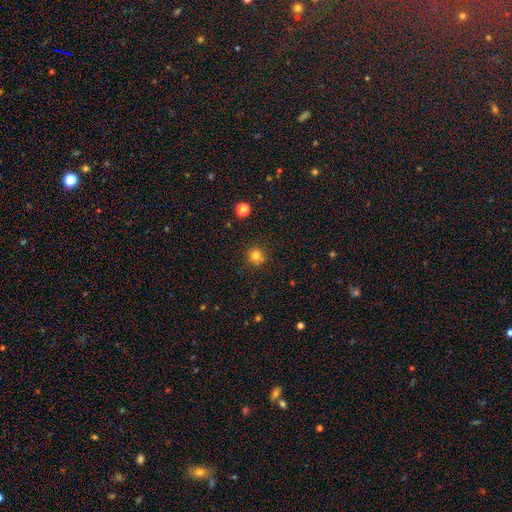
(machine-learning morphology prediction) type=smooth (79%); roundness=round (93%); merging=none (83%).